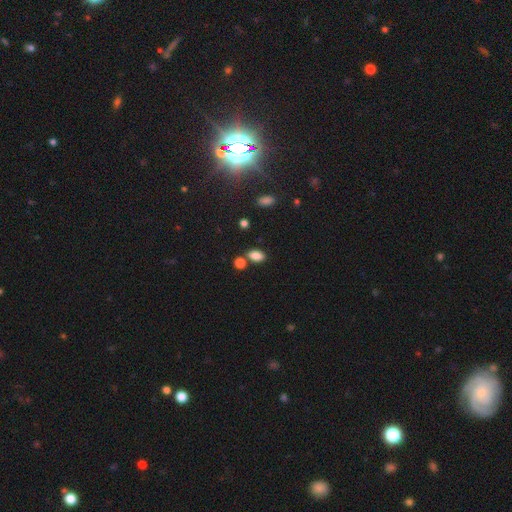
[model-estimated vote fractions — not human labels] A smooth galaxy with no disk features (84%) that is in between round and cigar-shaped (87%). Merging: none (67%).